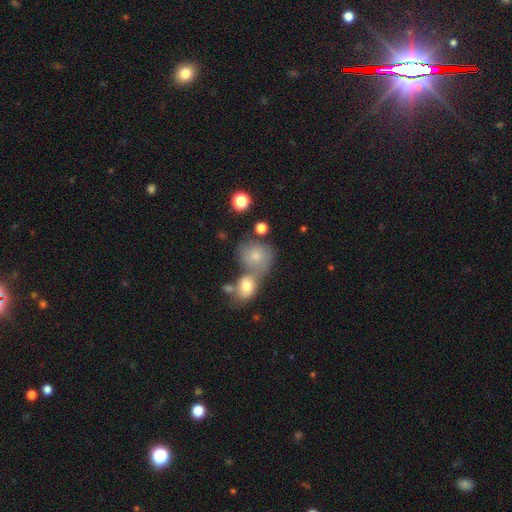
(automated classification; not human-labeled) A smooth galaxy with no disk features (68%) that is round (71%).

Vote fractions:
- Smooth or featured? smooth: 68% / featured or disk: 22% / star or artifact: 10%
- How rounded? round: 71% / in between: 28% / cigar-shaped: 1%
- Merging? merger: 48% / none: 33% / minor disturbance: 12% / major disturbance: 7%